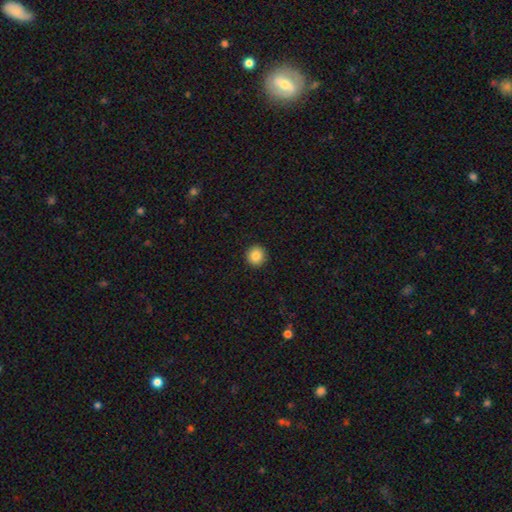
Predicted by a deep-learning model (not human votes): smooth_or_featured: smooth (p=0.87) [alt: star or artifact p=0.09]
how_rounded: round (p=0.94) [alt: in between p=0.05]
merging: none (p=0.93) [alt: minor disturbance p=0.04]